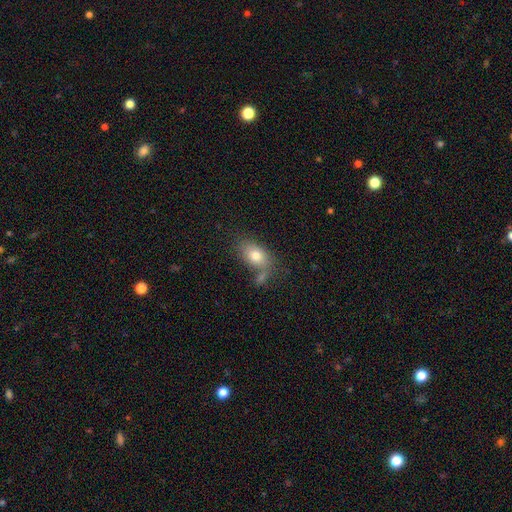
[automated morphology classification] smooth_or_featured: smooth (p=0.77) [alt: featured or disk p=0.14]
how_rounded: in between (p=0.85) [alt: round p=0.13]
merging: none (p=0.54) [alt: merger p=0.21]